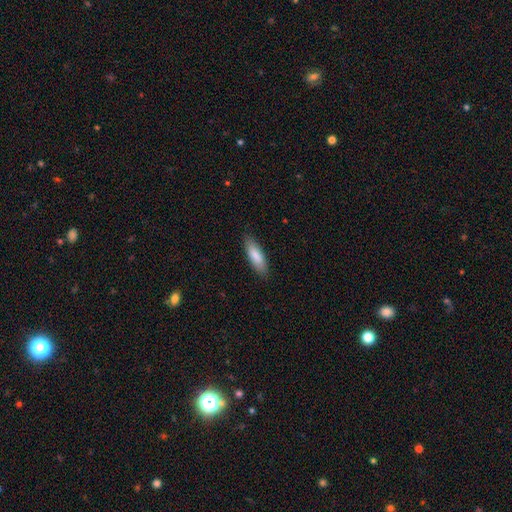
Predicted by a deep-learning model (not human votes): smooth_or_featured: smooth (p=0.84) [alt: featured or disk p=0.11]
how_rounded: in between (p=0.50) [alt: cigar-shaped p=0.49]
merging: none (p=0.87) [alt: minor disturbance p=0.10]